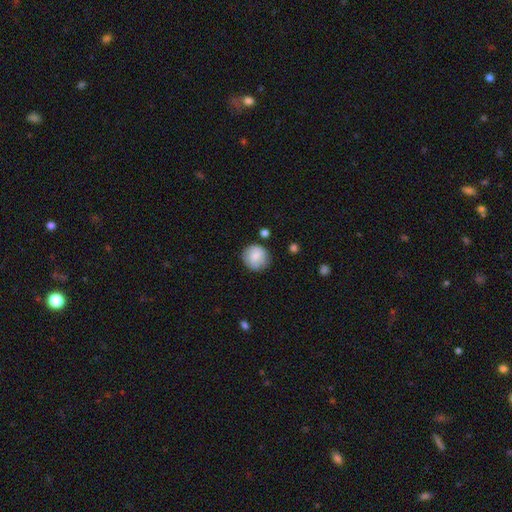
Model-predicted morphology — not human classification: Smooth or featured?
  - smooth: 78% *
  - featured or disk: 14%
  - star or artifact: 8%
How rounded?
  - round: 91% *
  - in between: 8%
  - cigar-shaped: 1%
Merging?
  - none: 77% *
  - minor disturbance: 16%
  - major disturbance: 4%
  - merger: 3%